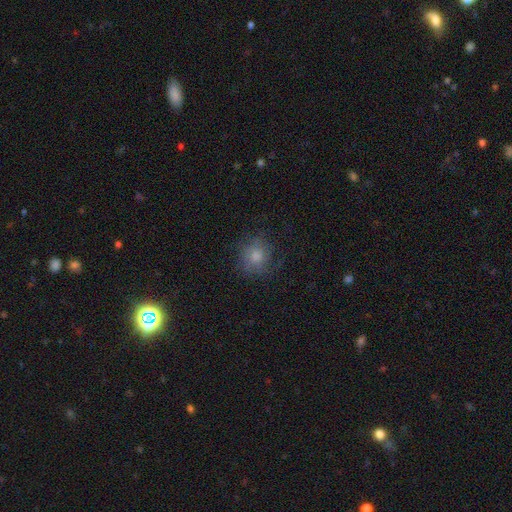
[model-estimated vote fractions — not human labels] The model was most divided on "smooth or featured": smooth: 53%, featured or disk: 26%, star or artifact: 21%. More confident: how rounded — round (85%); merging — none (75%).